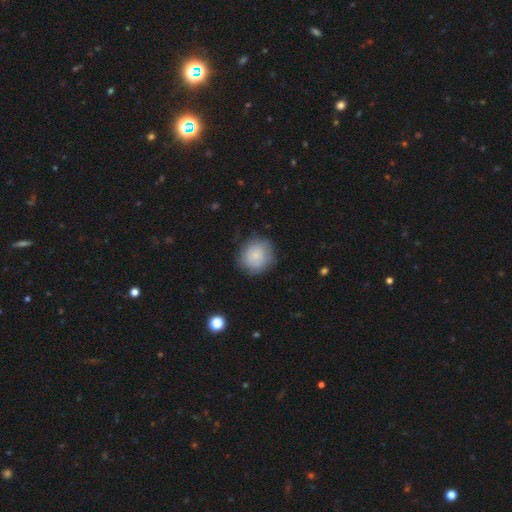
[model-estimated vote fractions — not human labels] Overall: smooth (76%). How rounded: round (81%). Merging: none (75%).